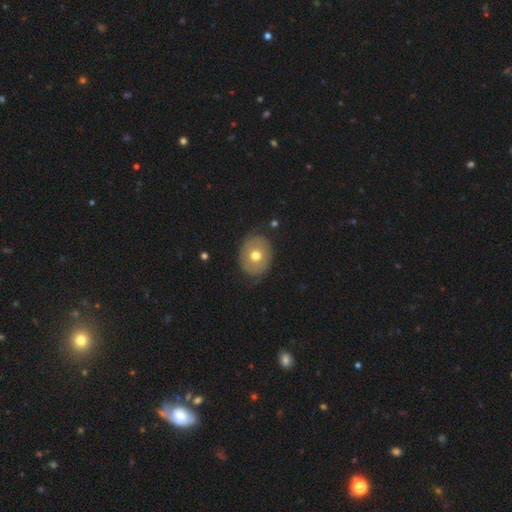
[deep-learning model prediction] Smooth or featured? Predicted: smooth (p=0.57). How rounded? Predicted: round (p=0.52). Merging? Predicted: none (p=0.71).